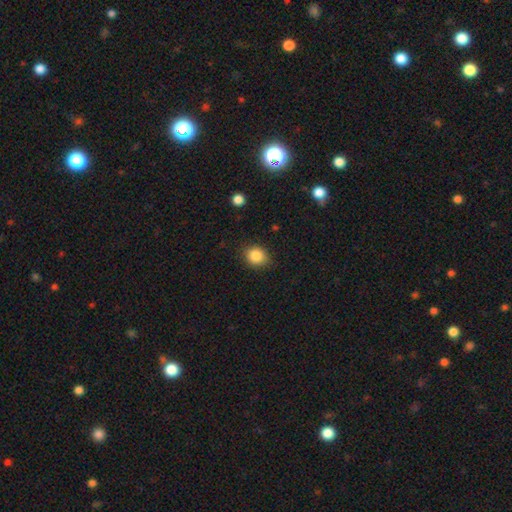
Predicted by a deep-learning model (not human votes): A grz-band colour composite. It shows a smooth galaxy with no disk features (86%) that is round (71%). Merging: none (82%).